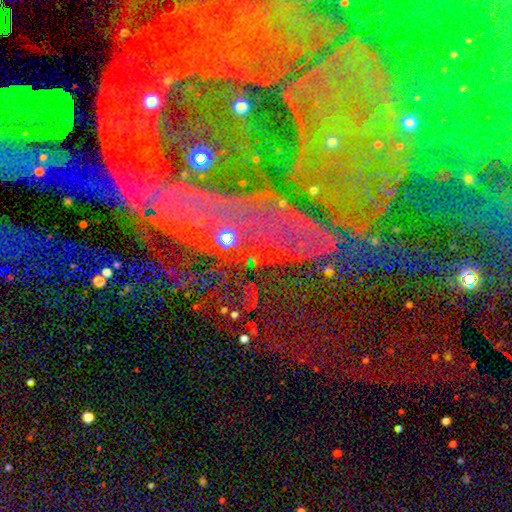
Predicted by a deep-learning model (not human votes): smooth_or_featured: star or artifact (p=0.78) [alt: featured or disk p=0.12]